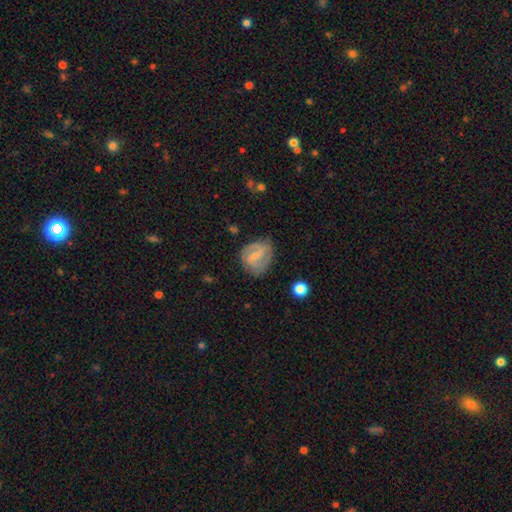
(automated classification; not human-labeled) The model was most divided on "spiral winding": medium: 49%, tight: 31%, loose: 20%. More confident: edge-on disk — no (98%); spiral arms — yes (92%); spiral arm count — 2 (83%); smooth or featured — featured or disk (74%); merging — none (73%); bulge size — small (60%); bar — weak (58%).